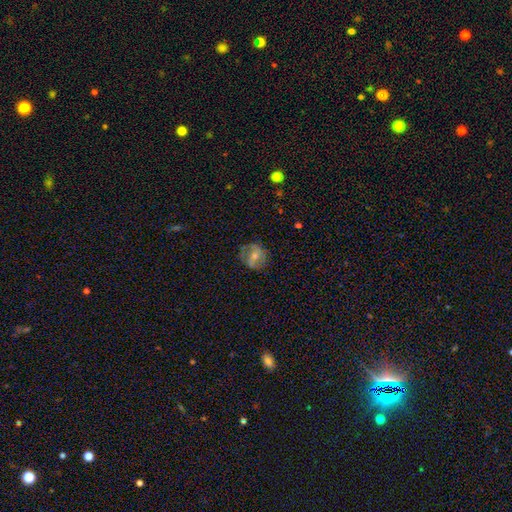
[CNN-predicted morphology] This appears to be a featured or disk galaxy (50%). Merging: none (71%).